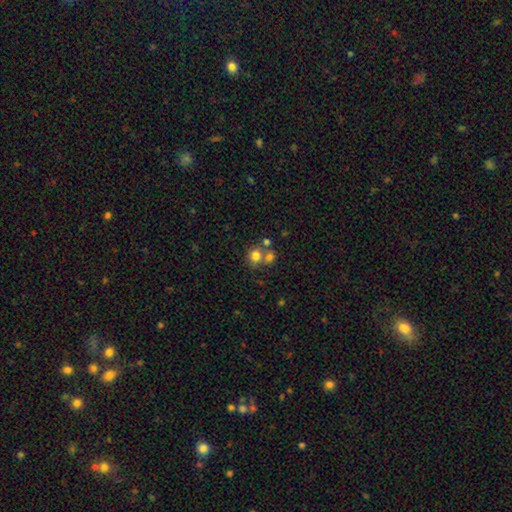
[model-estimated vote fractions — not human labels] Overall: smooth (76%). How rounded: round (83%). Merging: none (52%; merger 36%).